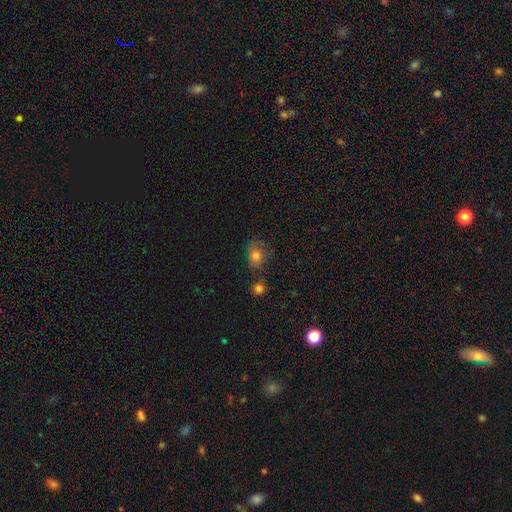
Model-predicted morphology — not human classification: smooth 72%, featured or disk 15%, star or artifact 13%. Down the decision tree: how rounded — round (50%); merging — none (58%).